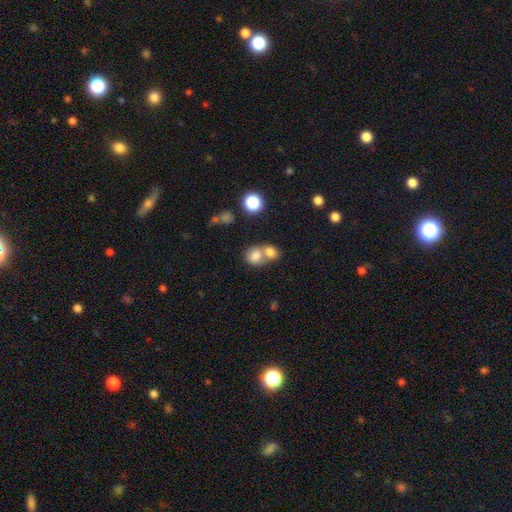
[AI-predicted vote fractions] Q: Smooth or featured?
A: smooth (77%); runner-up: featured or disk (12%)
Q: How rounded?
A: round (65%); runner-up: in between (34%)
Q: Merging?
A: merger (61%); runner-up: none (30%)